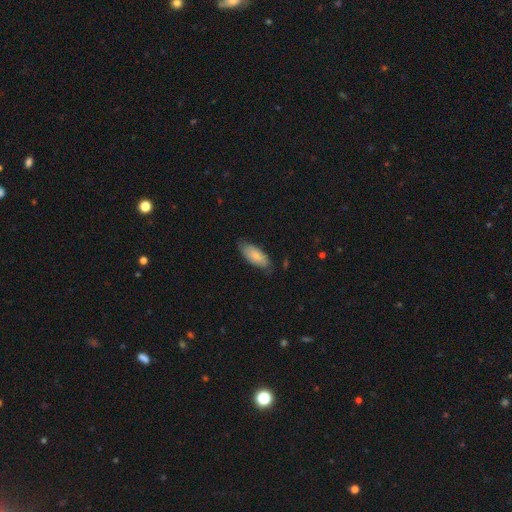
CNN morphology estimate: This appears to be a smooth galaxy with no disk features (75%) that is in between round and cigar-shaped (87%). Merging: none (71%).